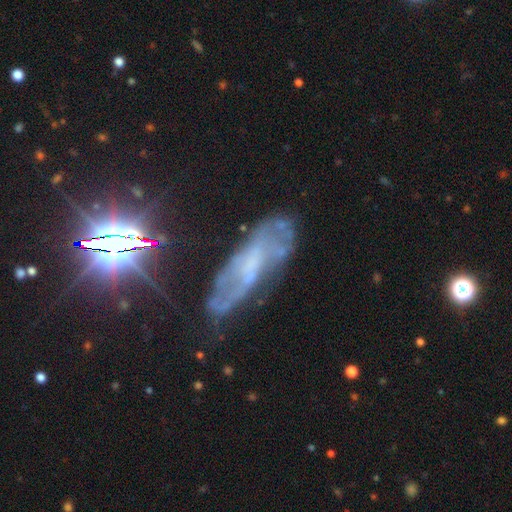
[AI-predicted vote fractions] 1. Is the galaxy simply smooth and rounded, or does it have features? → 63% featured or disk, 20% smooth, 18% star or artifact.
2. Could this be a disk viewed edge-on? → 80% no, 20% yes.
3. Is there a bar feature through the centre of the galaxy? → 49% no, 37% weak, 14% strong.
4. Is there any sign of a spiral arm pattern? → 68% yes, 32% no.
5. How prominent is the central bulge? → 45% none, 34% small, 17% moderate, 3% large, 1% dominant.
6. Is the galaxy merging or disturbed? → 62% none, 22% minor disturbance, 13% major disturbance, 3% merger.